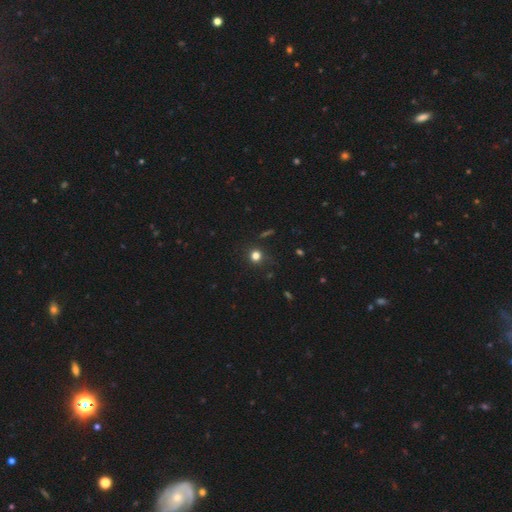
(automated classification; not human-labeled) Overall: smooth (76%). How rounded: round (90%). Merging: none (85%).